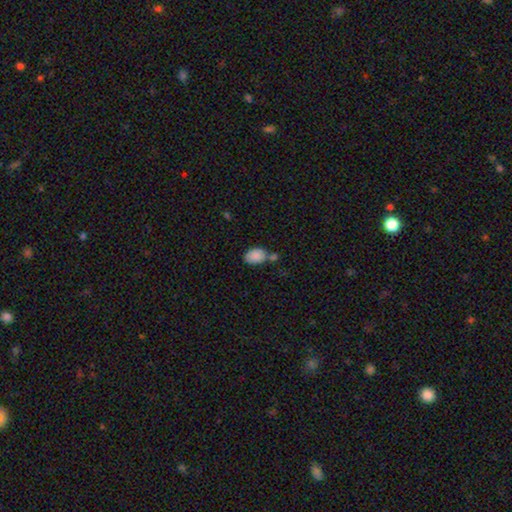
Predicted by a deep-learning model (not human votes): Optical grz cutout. It shows a smooth galaxy with no disk features (86%) that is in between round and cigar-shaped (84%). Merging: none (48%).